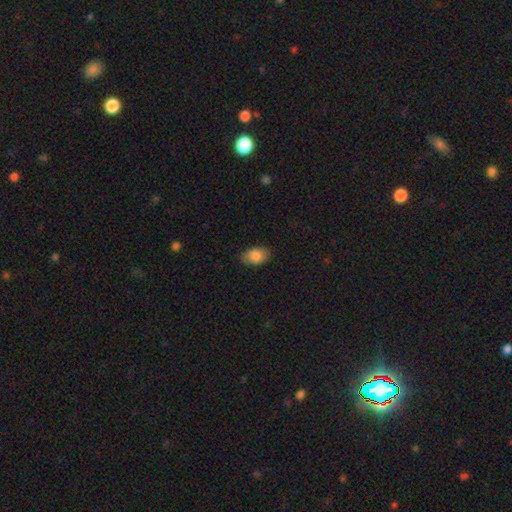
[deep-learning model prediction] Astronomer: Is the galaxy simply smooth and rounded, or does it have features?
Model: smooth — 84%.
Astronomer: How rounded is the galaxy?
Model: in between — 90%.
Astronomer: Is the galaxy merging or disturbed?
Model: none — 81%.